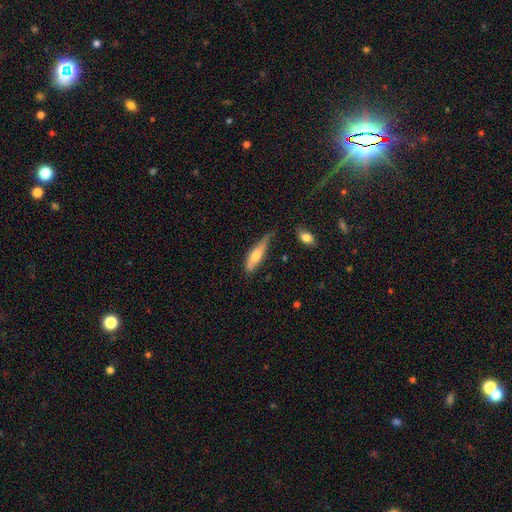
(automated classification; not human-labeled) This is likely a smooth galaxy (65%). How rounded: likely cigar-shaped (65%). Merging: marginally none (43%).